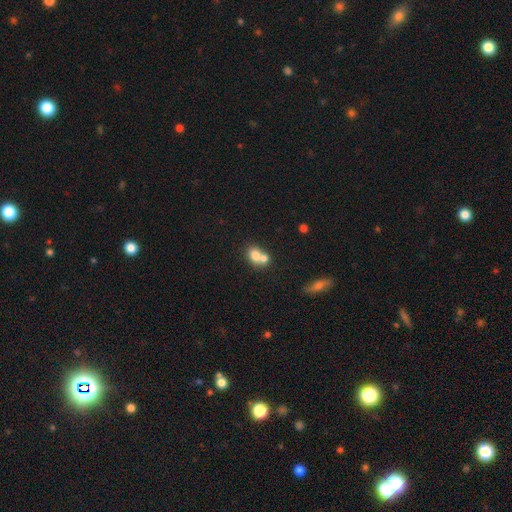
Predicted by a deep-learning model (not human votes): Smooth or featured: smooth — 74% (featured or disk — 17%)
How rounded: round — 49% (tied with in between — 49%)
Merging: merger — 60% (none — 29%)